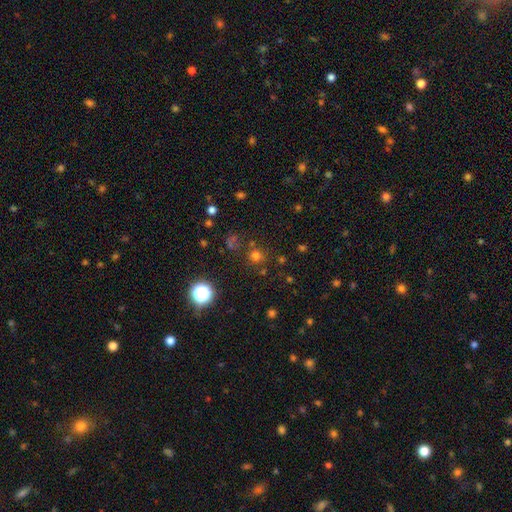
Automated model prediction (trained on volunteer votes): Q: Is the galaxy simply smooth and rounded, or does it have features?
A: smooth — 65%.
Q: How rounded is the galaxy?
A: round — 91%.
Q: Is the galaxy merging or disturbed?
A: none — 79%.